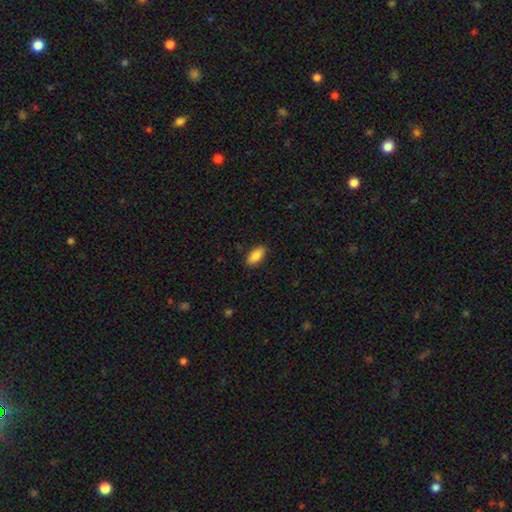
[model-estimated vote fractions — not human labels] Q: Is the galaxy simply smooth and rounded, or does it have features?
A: smooth — 86%.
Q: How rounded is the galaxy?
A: in between — 86%.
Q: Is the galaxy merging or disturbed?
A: none — 86%.